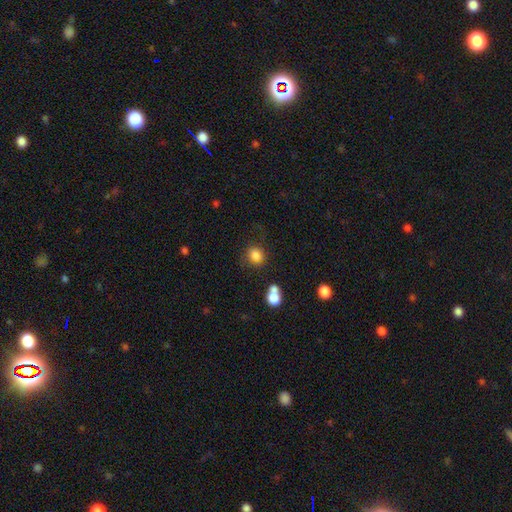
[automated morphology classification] smooth 83%, star or artifact 11%, featured or disk 6%. Down the decision tree: how rounded — round (72%); merging — none (69%).